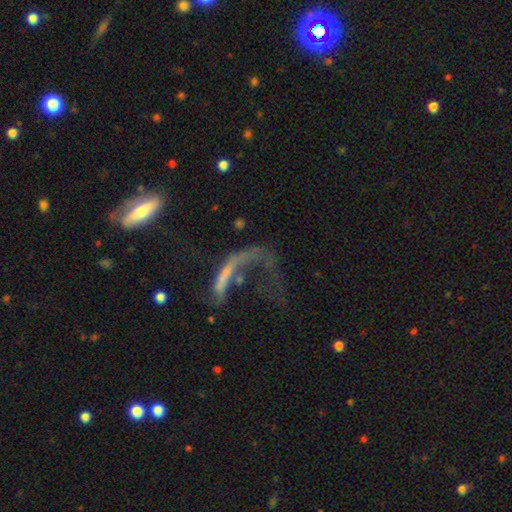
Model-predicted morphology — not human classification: Overall: featured or disk (56%; smooth 23%). Edge-on disk: no (84%). Merging: major disturbance (51%; none 28%).